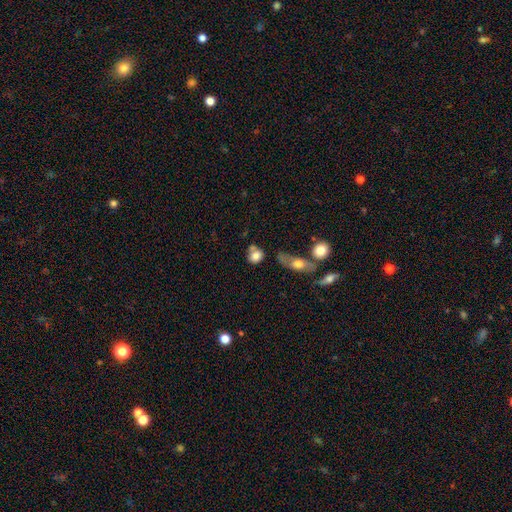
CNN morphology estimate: This is likely a smooth galaxy (78%). How rounded: likely round (61%). Merging: marginally none (45%).